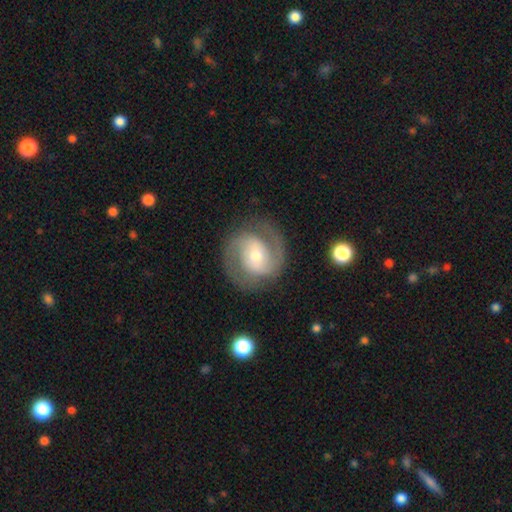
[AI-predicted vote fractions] featured or disk 83%, smooth 12%, star or artifact 5%. Down the decision tree: edge-on disk — no (98%); bar — no (43%); spiral arms — yes (94%); spiral arm count — 2 (89%); spiral winding — medium (50%); bulge size — moderate (54%); merging — none (81%).